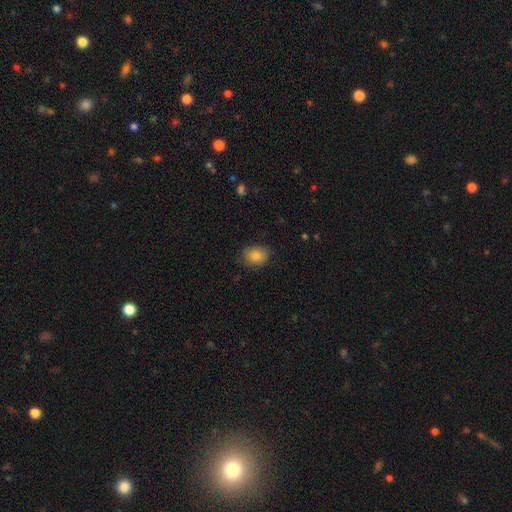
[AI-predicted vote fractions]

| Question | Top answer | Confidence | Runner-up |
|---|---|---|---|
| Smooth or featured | smooth | 84% | star or artifact (9%) |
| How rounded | round | 60% | in between (39%) |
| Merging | none | 85% | minor disturbance (12%) |